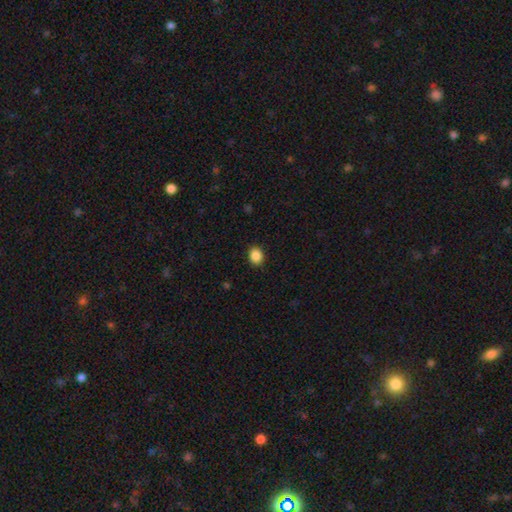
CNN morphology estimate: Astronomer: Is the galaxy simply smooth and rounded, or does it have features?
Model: smooth — 88%.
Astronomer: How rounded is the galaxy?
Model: round — 55% (runner-up: in between, 44%).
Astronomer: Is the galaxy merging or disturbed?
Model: none — 91%.